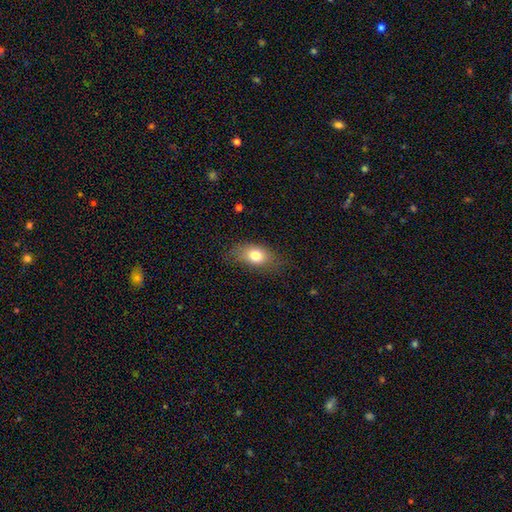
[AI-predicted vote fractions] Smooth or featured? smooth (77%)
How rounded? in between (78%)
Merging? none (74%)